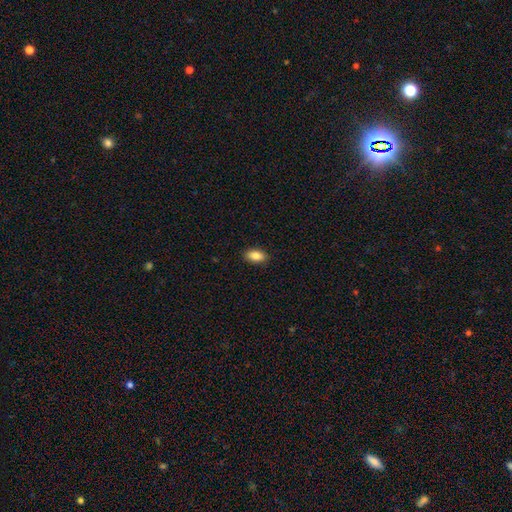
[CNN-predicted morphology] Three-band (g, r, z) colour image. It shows a smooth galaxy with no disk features (85%) that is in between round and cigar-shaped (91%). Merging: none (90%).